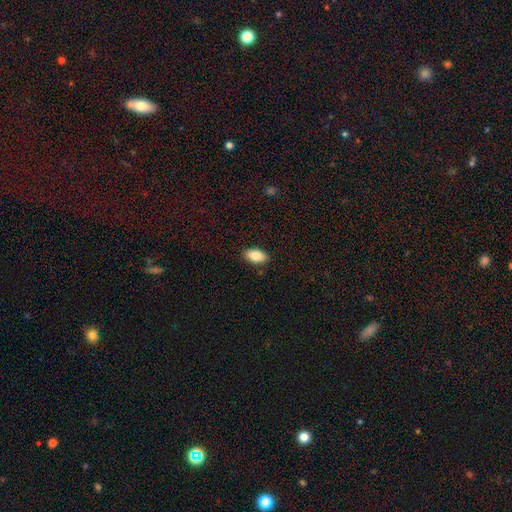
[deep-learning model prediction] Overall: smooth (84%). How rounded: in between (92%). Merging: none (89%).